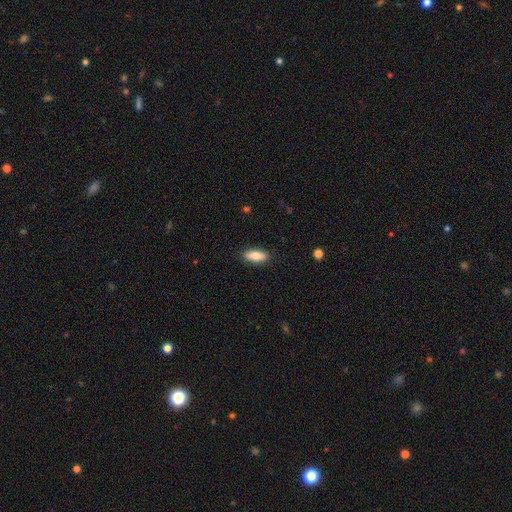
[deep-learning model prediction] Smooth or featured? smooth (77%)
How rounded? in between (69%)
Merging? none (88%)